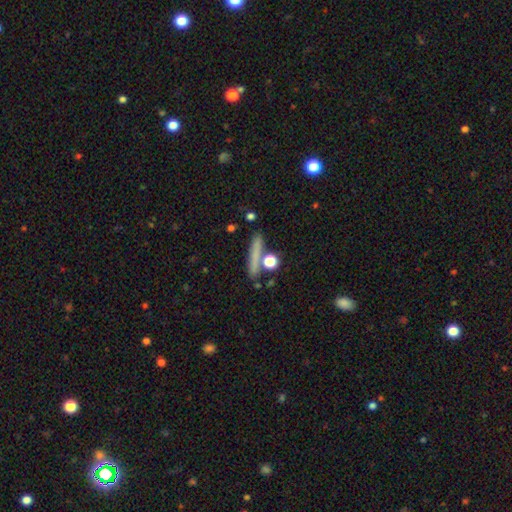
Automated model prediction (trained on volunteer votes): This appears to be a smooth galaxy with no disk features (68%) that is cigar-shaped (81%). Merging: none (77%).